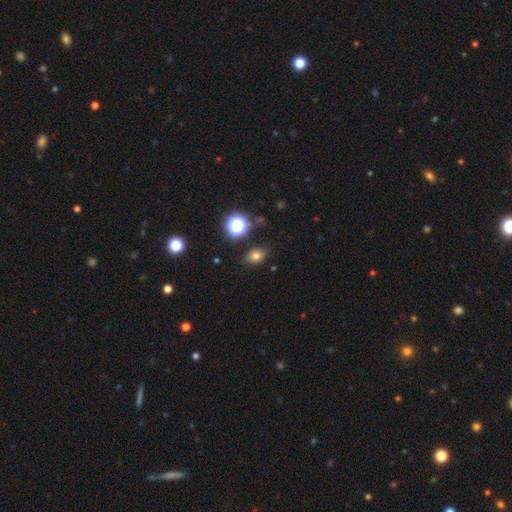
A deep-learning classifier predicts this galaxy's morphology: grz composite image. It shows a smooth galaxy with no disk features (74%) that is in between round and cigar-shaped (70%). Merging: none (83%).